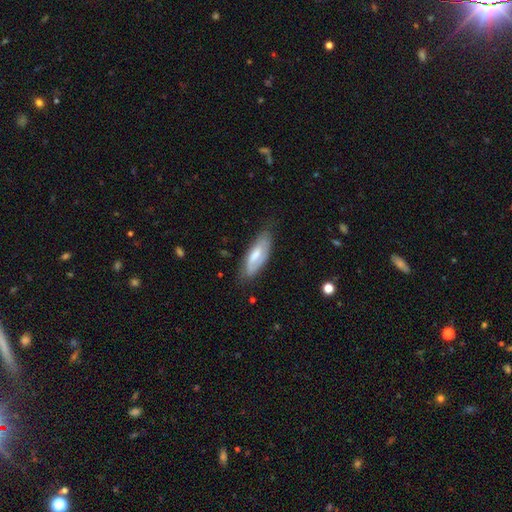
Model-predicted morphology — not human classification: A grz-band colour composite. It shows a smooth galaxy with no disk features (48%). Merging: none (66%).